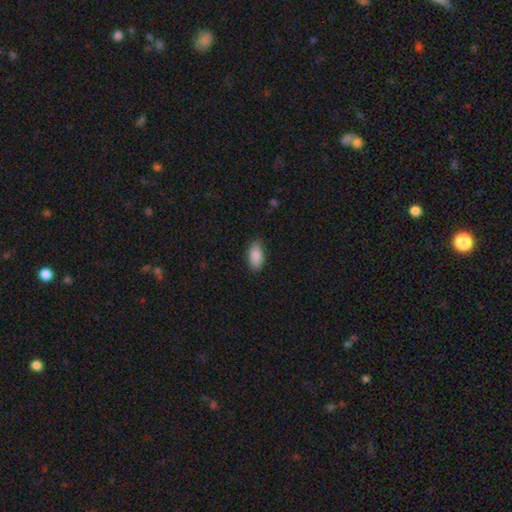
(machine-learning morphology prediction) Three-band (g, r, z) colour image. It shows a smooth galaxy with no disk features (88%) that is in between round and cigar-shaped (92%). Merging: none (80%).